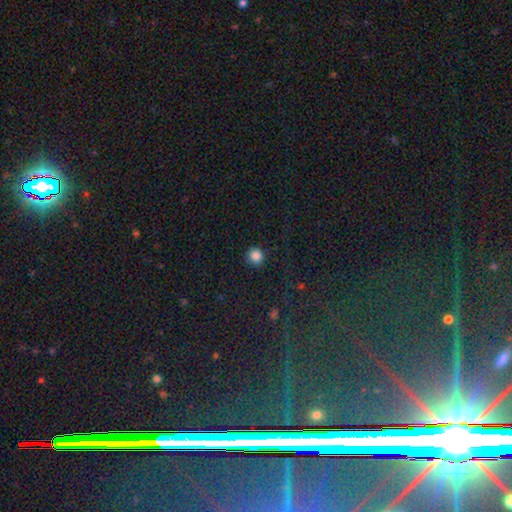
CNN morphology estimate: Q: Smooth or featured?
A: smooth (85%); runner-up: star or artifact (11%)
Q: How rounded?
A: round (93%); runner-up: in between (6%)
Q: Merging?
A: none (91%); runner-up: minor disturbance (6%)